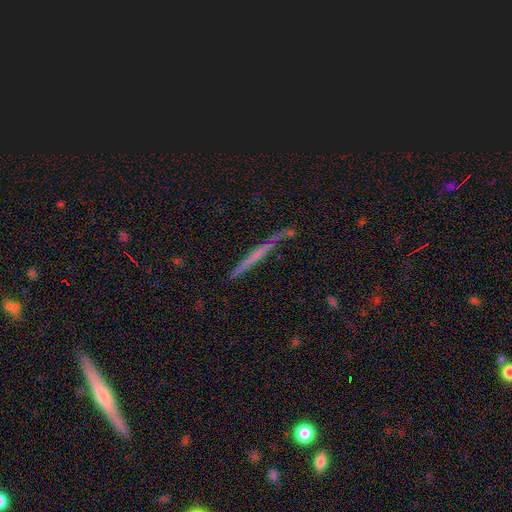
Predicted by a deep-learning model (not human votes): Q: Smooth or featured?
A: featured or disk (53%); runner-up: smooth (37%)
Q: Edge-on disk?
A: yes (94%); runner-up: no (6%)
Q: Merging?
A: none (74%); runner-up: minor disturbance (17%)